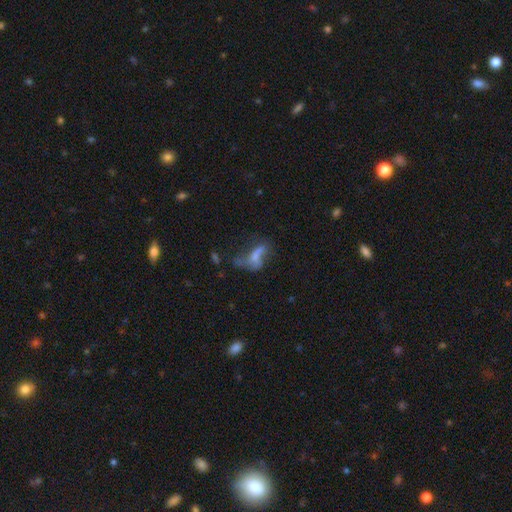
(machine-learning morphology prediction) Smooth or featured? featured or disk (44%)
Merging? major disturbance (35%)